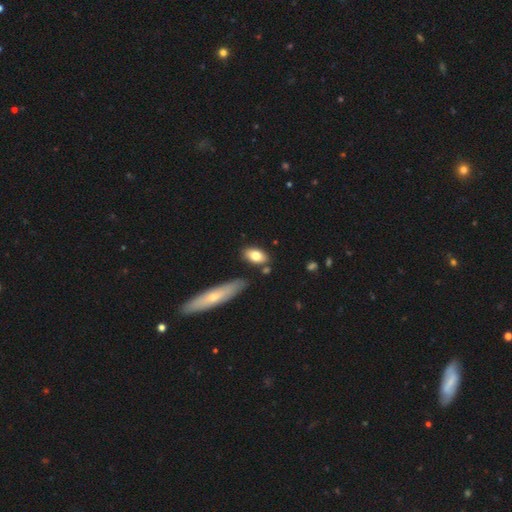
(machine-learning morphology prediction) type=smooth (77%); roundness=in between (87%); merging=none (78%).